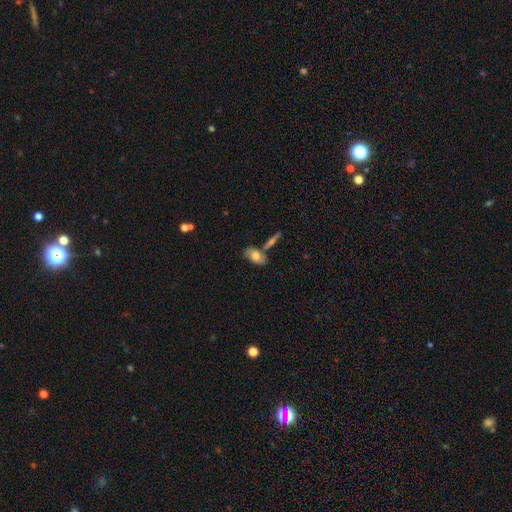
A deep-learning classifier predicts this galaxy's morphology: A smooth galaxy with no disk features (72%) that is in between round and cigar-shaped (87%). Merging: none (60%).